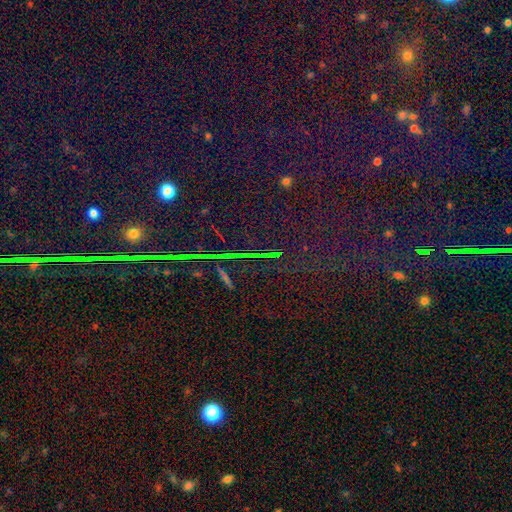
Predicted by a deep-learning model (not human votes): Smooth or featured?
  - star or artifact: 79% *
  - featured or disk: 11%
  - smooth: 10%